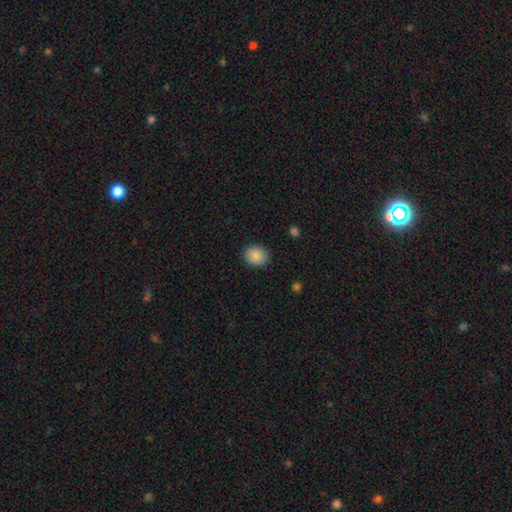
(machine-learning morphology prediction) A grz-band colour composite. It shows a smooth galaxy with no disk features (88%) that is round (61%). Merging: none (89%).